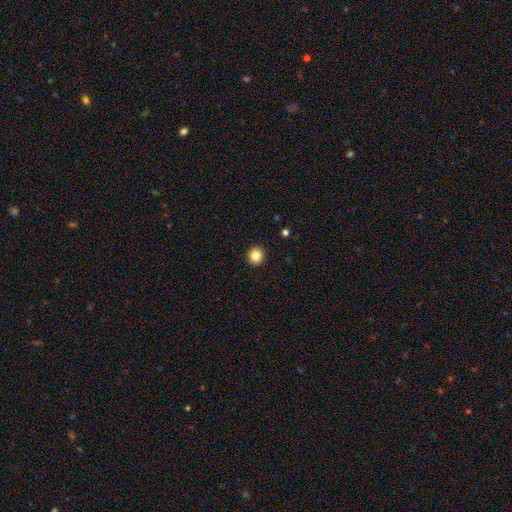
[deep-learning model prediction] This appears to be a smooth galaxy with no disk features (84%) that is round (92%). Merging: none (93%).